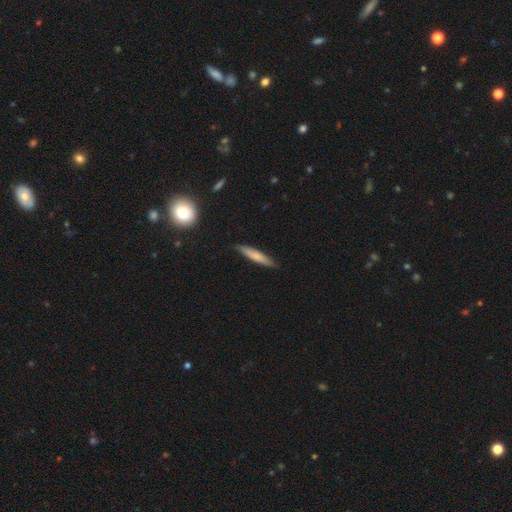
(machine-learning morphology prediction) This appears to be a smooth galaxy with no disk features (71%) that is cigar-shaped (89%). Merging: none (87%).